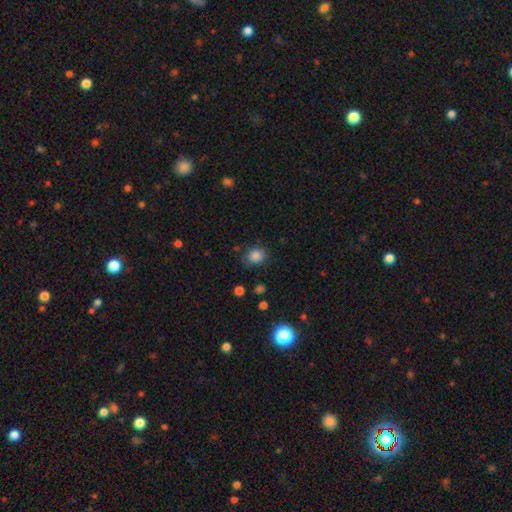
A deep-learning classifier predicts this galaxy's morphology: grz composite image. It shows a smooth galaxy with no disk features (84%) that is round (69%). Merging: none (77%).